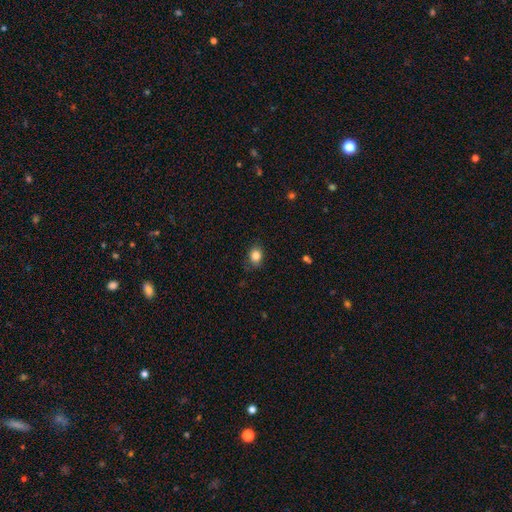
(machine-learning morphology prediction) Smooth or featured?
  - smooth: 84% *
  - star or artifact: 10%
  - featured or disk: 6%
How rounded?
  - in between: 59% *
  - round: 40%
  - cigar-shaped: 1%
Merging?
  - none: 81% *
  - minor disturbance: 15%
  - major disturbance: 3%
  - merger: 1%